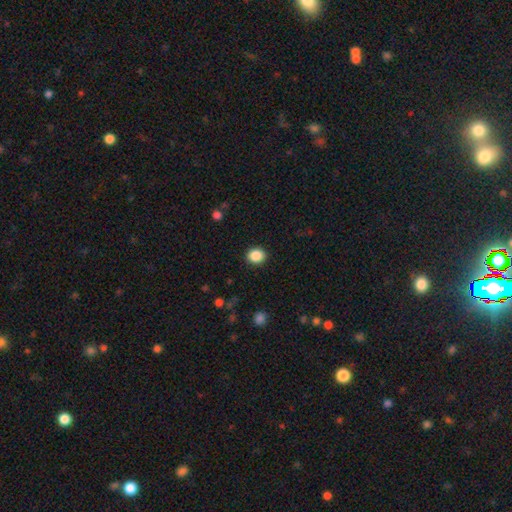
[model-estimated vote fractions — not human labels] Smooth or featured? smooth (88%)
How rounded? round (66%)
Merging? none (90%)